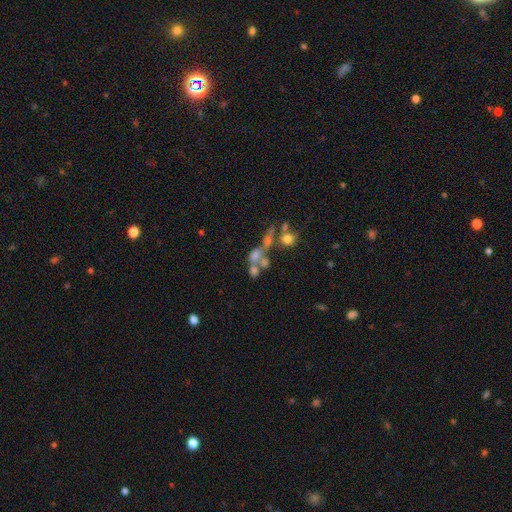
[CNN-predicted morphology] Q: Smooth or featured?
A: smooth (44%); runner-up: featured or disk (35%)
Q: Merging?
A: merger (51%); runner-up: none (26%)